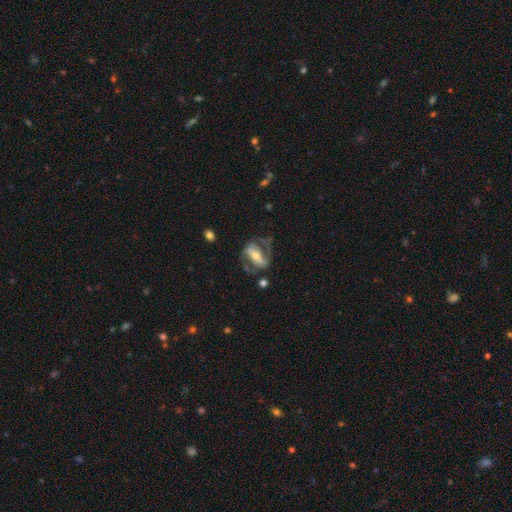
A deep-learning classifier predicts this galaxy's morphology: A featured or disk galaxy (83%) with a strong bar (64%), 2 (88%) medium (51%) spiral arms (89%) and a moderate central bulge (48%).

Vote fractions:
- Smooth or featured? featured or disk: 83% / smooth: 11% / star or artifact: 5%
- Edge-on disk? no: 94% / yes: 6%
- Bar? strong: 64% / weak: 22% / no: 14%
- Spiral arms? yes: 89% / no: 11%
- Spiral winding? medium: 51% / loose: 26% / tight: 23%
- Spiral arm count? 2: 88% / can't tell: 5% / 1: 4% / 3: 1% / 4: 1% / more than 4: 1%
- Bulge size? moderate: 48% / small: 45% / large: 4% / none: 2% / dominant: 1%
- Merging? none: 62% / major disturbance: 18% / minor disturbance: 17% / merger: 3%